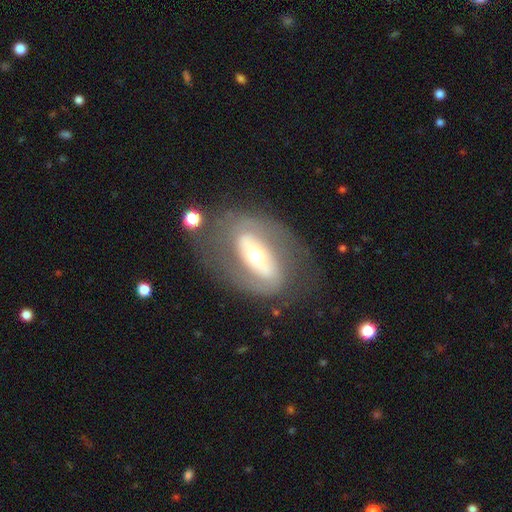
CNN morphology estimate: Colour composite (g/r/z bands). It shows a featured or disk galaxy (75%) with a strong bar (48%), spiral arms (61%) and a moderate central bulge (60%). Merging: none (65%).